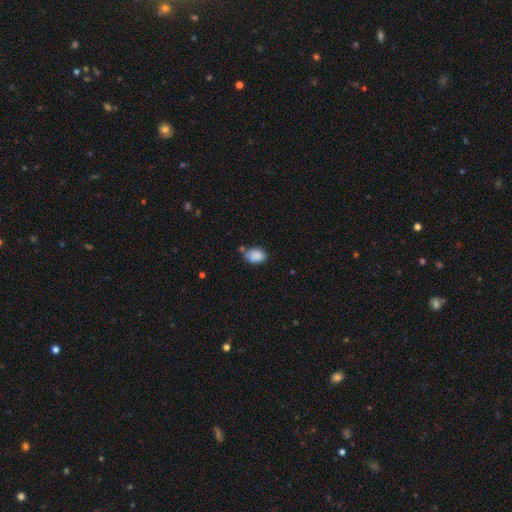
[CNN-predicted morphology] smooth-or-featured: smooth: 87% | star or artifact: 8% | featured or disk: 5%
  how-rounded: in between: 85% | round: 14% | cigar-shaped: 1%
  merging: none: 58% | minor disturbance: 25% | merger: 12% | major disturbance: 6%